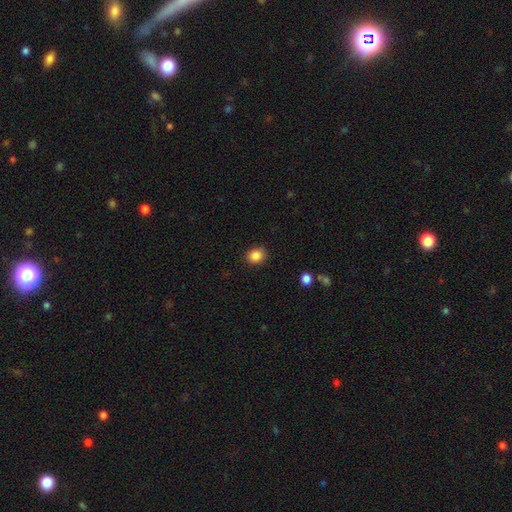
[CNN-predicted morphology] The model was most divided on "how rounded": round: 70%, in between: 29%, cigar-shaped: 1%. More confident: merging — none (88%); smooth or featured — smooth (86%).